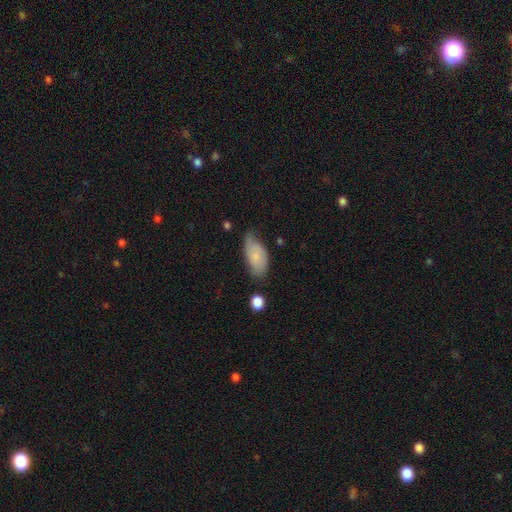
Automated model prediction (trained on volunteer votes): Smooth or featured?
  - smooth: 75% *
  - featured or disk: 18%
  - star or artifact: 7%
How rounded?
  - in between: 93% *
  - cigar-shaped: 4%
  - round: 3%
Merging?
  - none: 50% *
  - minor disturbance: 38%
  - major disturbance: 9%
  - merger: 3%